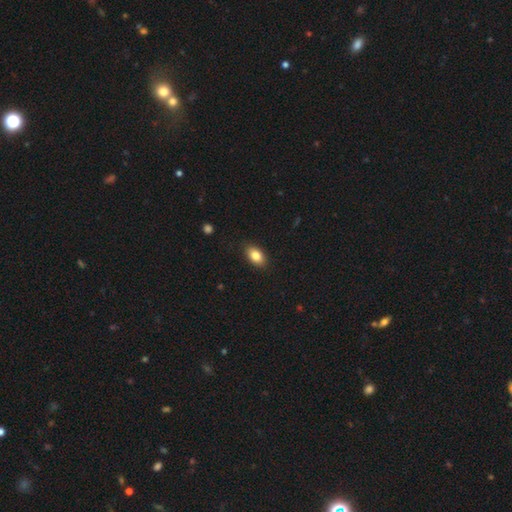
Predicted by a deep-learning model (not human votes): Smooth or featured? smooth (83%)
How rounded? in between (89%)
Merging? none (88%)